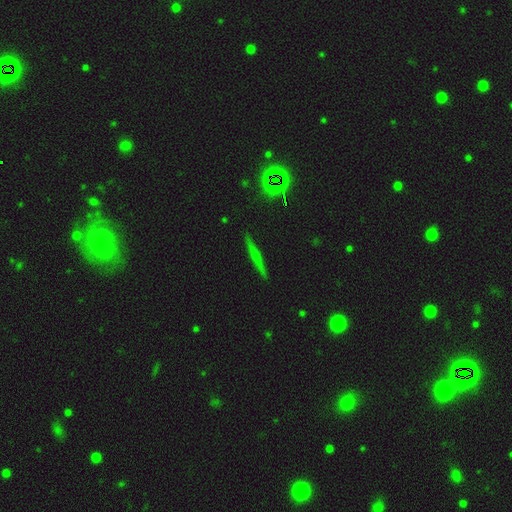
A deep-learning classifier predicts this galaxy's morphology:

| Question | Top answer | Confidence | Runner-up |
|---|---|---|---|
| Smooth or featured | featured or disk | 62% | smooth (24%) |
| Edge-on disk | yes | 96% | no (4%) |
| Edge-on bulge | rounded | 64% | none (27%) |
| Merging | none | 91% | minor disturbance (7%) |